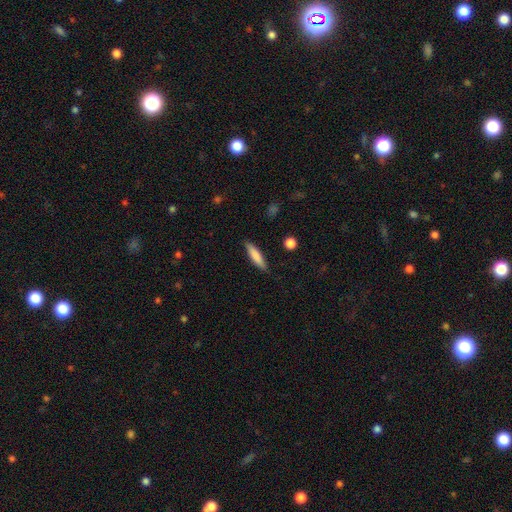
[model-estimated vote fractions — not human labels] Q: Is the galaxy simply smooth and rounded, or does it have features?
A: smooth — 79%.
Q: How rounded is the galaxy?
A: cigar-shaped — 77%.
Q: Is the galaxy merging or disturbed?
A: none — 87%.